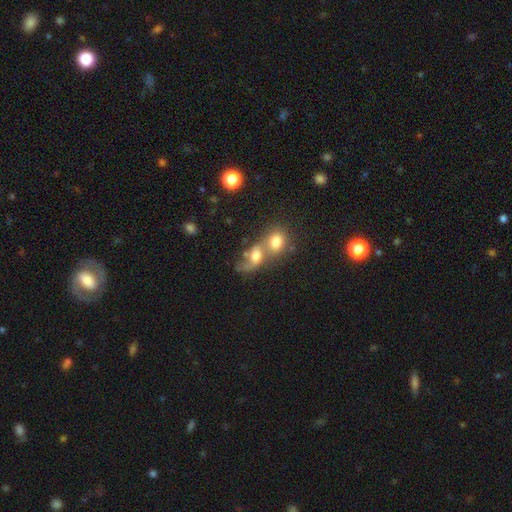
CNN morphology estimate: Smooth or featured? Predicted: smooth (p=0.55). How rounded? Predicted: in between (p=0.55). Merging? Predicted: merger (p=0.70).